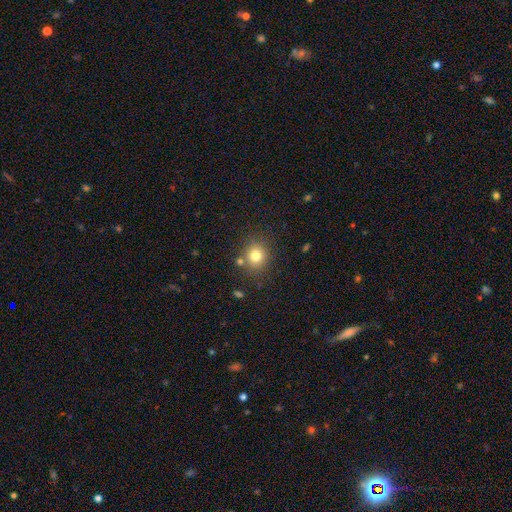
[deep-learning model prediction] Overall: smooth (77%). How rounded: round (80%). Merging: none (78%).